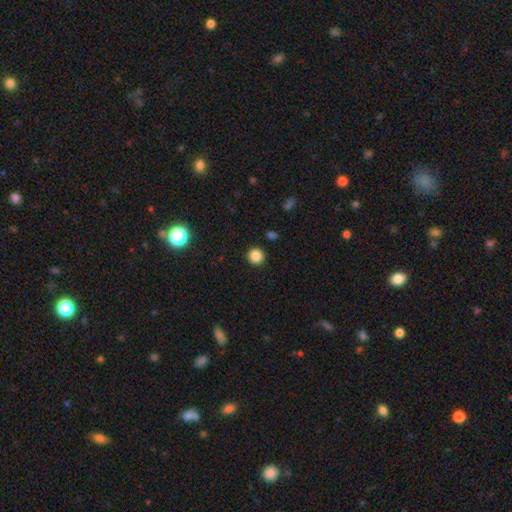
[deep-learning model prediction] This appears to be a smooth galaxy with no disk features (85%) that is round (94%). Merging: none (92%).